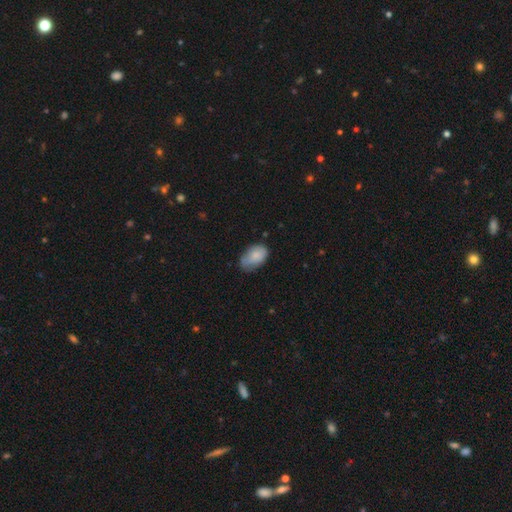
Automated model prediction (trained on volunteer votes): Morphology: type=smooth (80%); roundness=in between (91%); merging=none (53%).